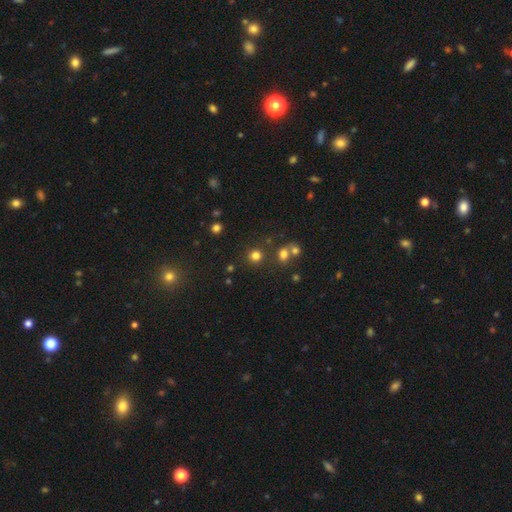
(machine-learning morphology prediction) Q: Smooth or featured?
A: smooth (76%); runner-up: star or artifact (19%)
Q: How rounded?
A: round (90%); runner-up: in between (9%)
Q: Merging?
A: none (77%); runner-up: merger (12%)